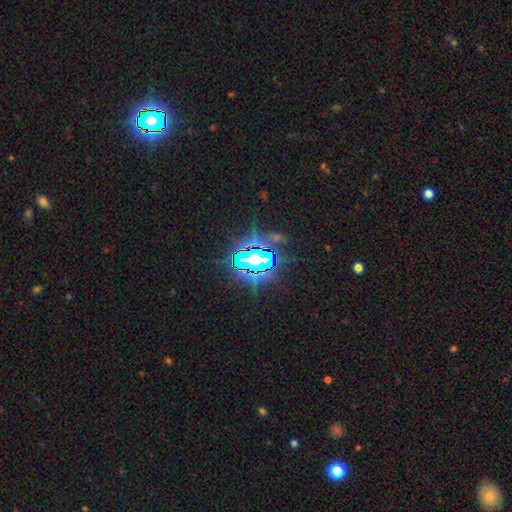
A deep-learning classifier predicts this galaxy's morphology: star or artifact 84%, smooth 10%, featured or disk 6%.